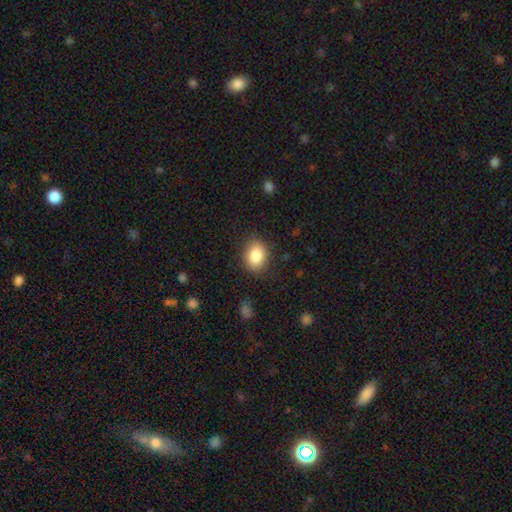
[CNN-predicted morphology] type=smooth (87%); roundness=in between (66%); merging=none (85%).